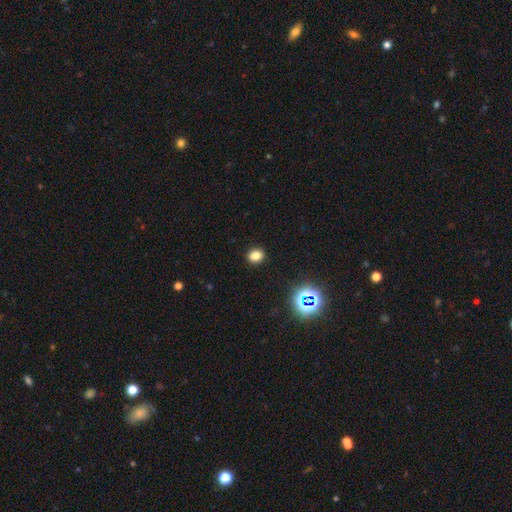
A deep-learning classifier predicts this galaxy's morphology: This appears to be a smooth galaxy with no disk features (79%) that is round (55%). Merging: none (91%).